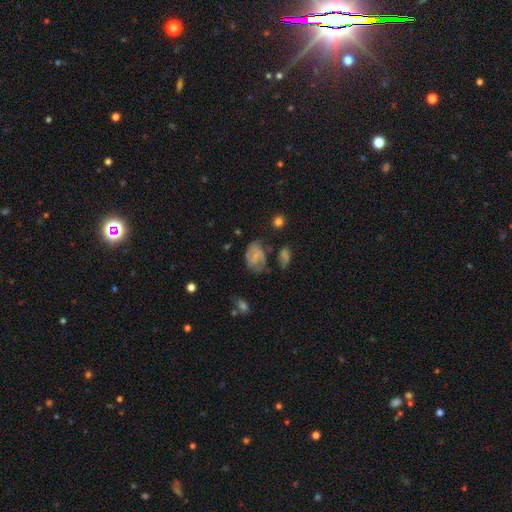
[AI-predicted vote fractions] This is possibly a featured or disk galaxy (50%). Merging: marginally none (42%).